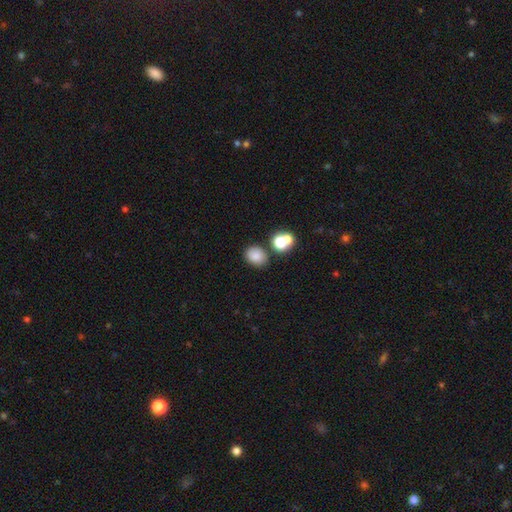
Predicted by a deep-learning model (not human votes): Smooth or featured? Predicted: smooth (p=0.80). How rounded? Predicted: round (p=0.51). Merging? Predicted: none (p=0.73).